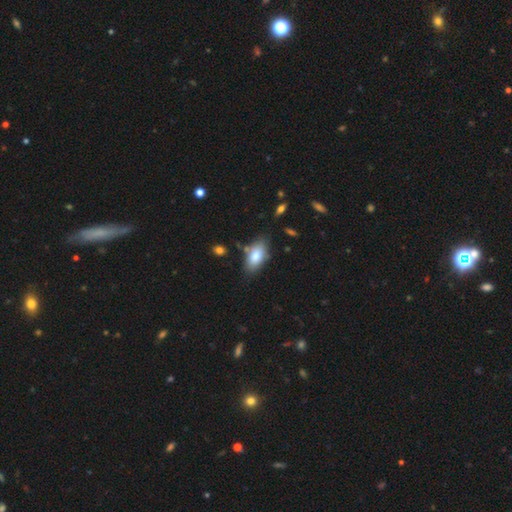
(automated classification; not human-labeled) smooth-or-featured: smooth: 80% | featured or disk: 13% | star or artifact: 7%
  how-rounded: in between: 91% | cigar-shaped: 6% | round: 3%
  merging: none: 75% | minor disturbance: 16% | merger: 5% | major disturbance: 4%